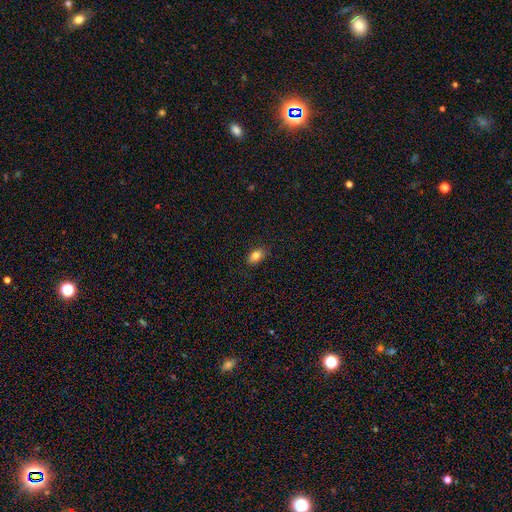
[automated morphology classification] Smooth or featured: smooth — 83% (star or artifact — 9%)
How rounded: in between — 84% (round — 14%)
Merging: none — 86% (minor disturbance — 11%)